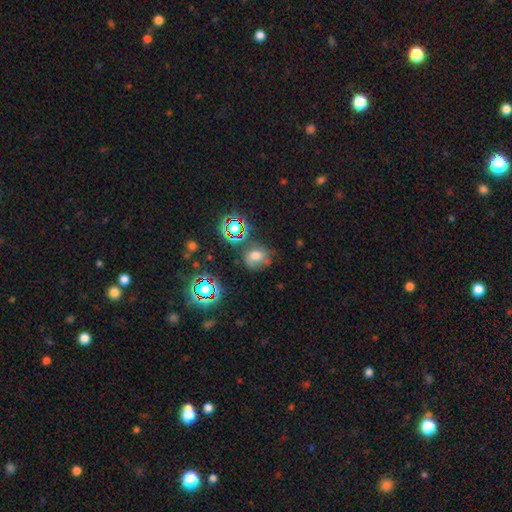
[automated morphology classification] Smooth or featured: smooth — 56% (star or artifact — 27%)
How rounded: round — 54% (in between — 44%)
Merging: none — 58% (minor disturbance — 24%)